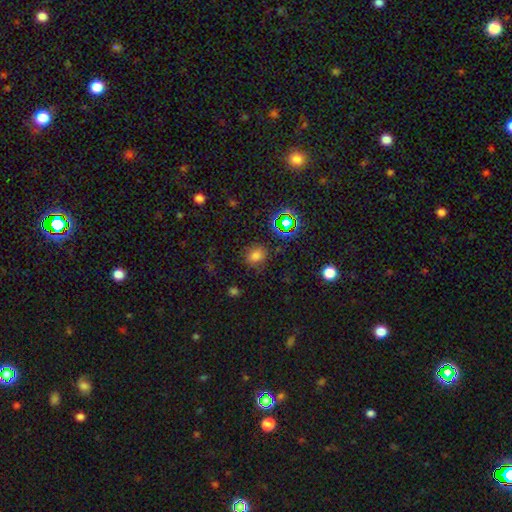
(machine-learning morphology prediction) A smooth galaxy with no disk features (70%) that is round (75%). Merging: none (81%).